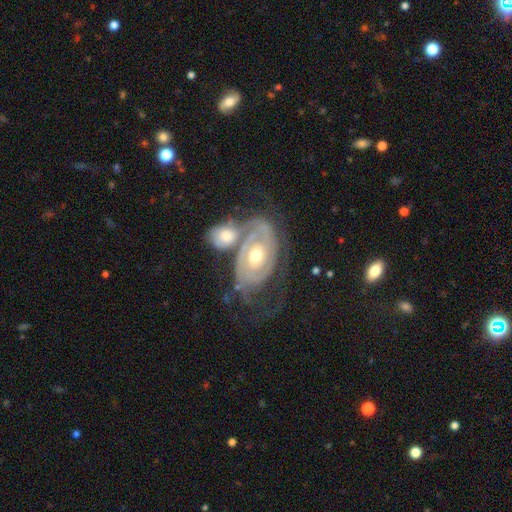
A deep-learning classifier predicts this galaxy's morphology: smooth-or-featured: featured or disk: 88% | smooth: 8% | star or artifact: 4%
  disk-edge-on: no: 96% | yes: 4%
    bar: no: 76% | weak: 18% | strong: 6%
    has-spiral-arms: yes: 92% | no: 8%
      spiral-winding: tight: 75% | medium: 18% | loose: 6%
      spiral-arm-count: 2: 46% | can't tell: 30% | 3: 10% | 1: 7% | 4: 4% | more than 4: 3%
    bulge-size: moderate: 68% | small: 26% | large: 4% | dominant: 1% | none: 1%
  merging: none: 36% | merger: 34% | minor disturbance: 15% | major disturbance: 14%